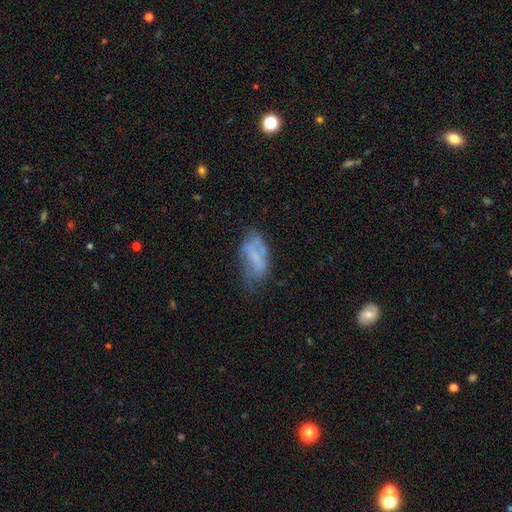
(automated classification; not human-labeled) smooth 52%, featured or disk 38%, star or artifact 10%. Down the decision tree: how rounded — in between (88%); merging — none (39%).